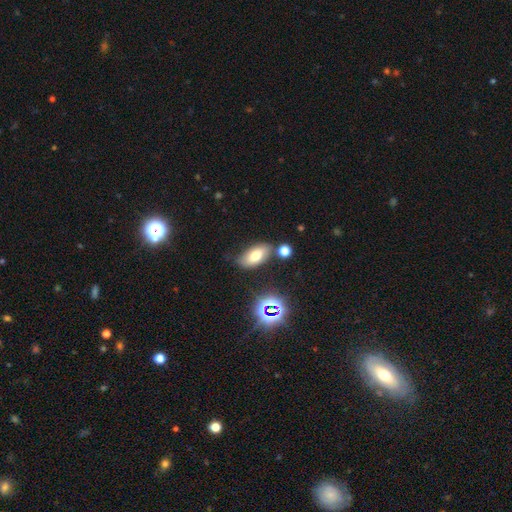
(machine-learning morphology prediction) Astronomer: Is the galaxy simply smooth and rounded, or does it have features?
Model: smooth — 67%.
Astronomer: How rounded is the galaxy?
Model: in between — 89%.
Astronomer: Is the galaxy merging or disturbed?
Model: none — 71%.